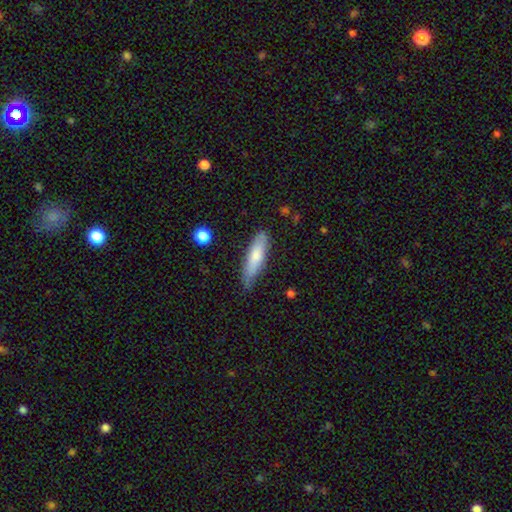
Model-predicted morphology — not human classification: smooth 72%, featured or disk 22%, star or artifact 6%. Down the decision tree: how rounded — cigar-shaped (70%); merging — none (73%).